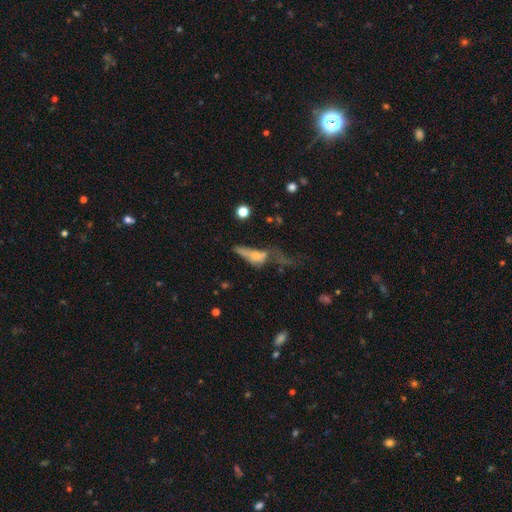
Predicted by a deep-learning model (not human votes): A smooth galaxy with no disk features (52%) that is in between round and cigar-shaped (53%). Merging: major disturbance (43%).